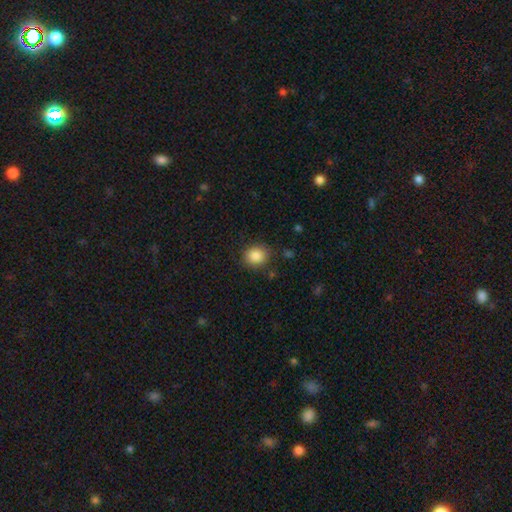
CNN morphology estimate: smooth 86%, star or artifact 9%, featured or disk 4%. Down the decision tree: how rounded — round (76%); merging — none (84%).